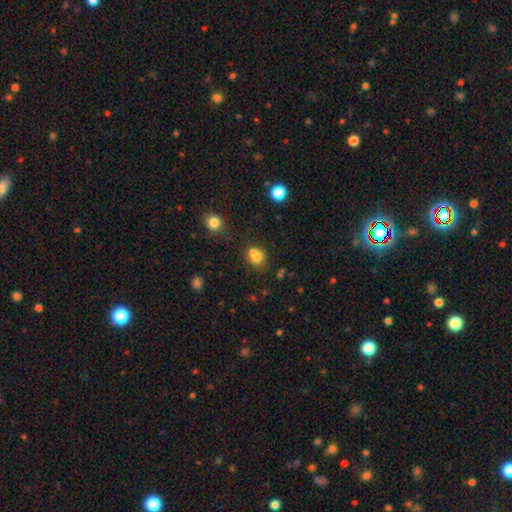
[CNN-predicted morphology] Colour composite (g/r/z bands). It shows a smooth galaxy with no disk features (73%) that is round (63%). Merging: merger (48%).